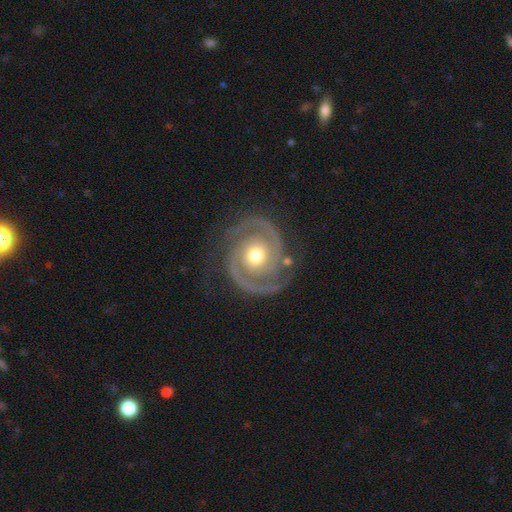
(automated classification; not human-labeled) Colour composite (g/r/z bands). It shows a featured or disk galaxy (93%) with no bar (76%), 2 (92%) tight (63%) spiral arms (98%) and a moderate central bulge (77%). Merging: none (81%).